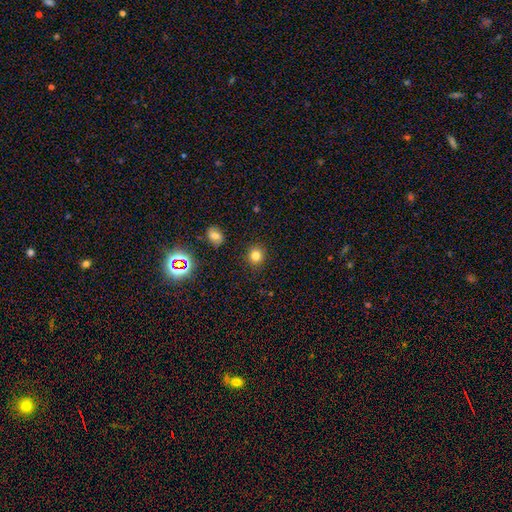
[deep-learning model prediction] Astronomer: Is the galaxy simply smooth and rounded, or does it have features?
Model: smooth — 80%.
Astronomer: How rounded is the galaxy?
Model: round — 86%.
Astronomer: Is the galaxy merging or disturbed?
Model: none — 89%.